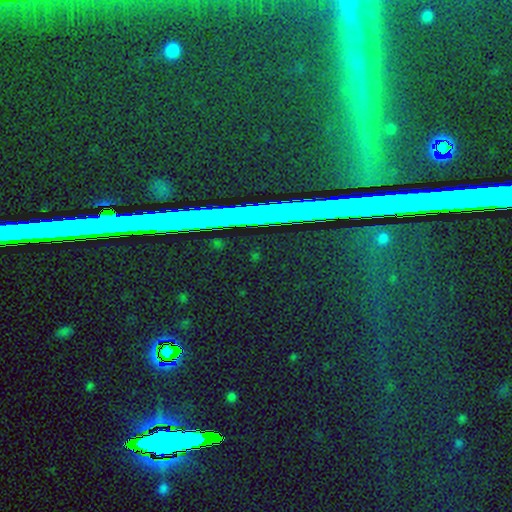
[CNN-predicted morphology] Overall: star or artifact (78%).